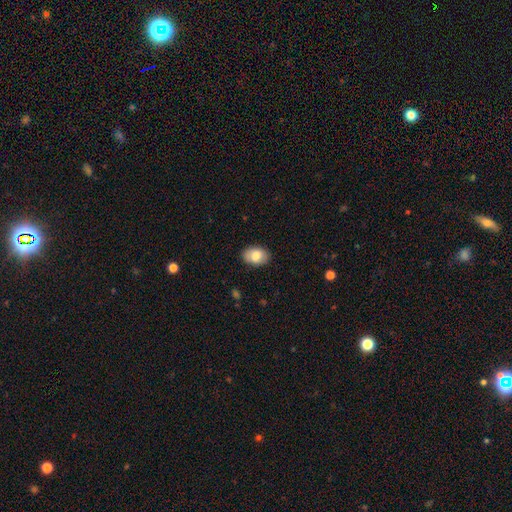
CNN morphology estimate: type=smooth (81%); roundness=in between (82%); merging=none (87%).